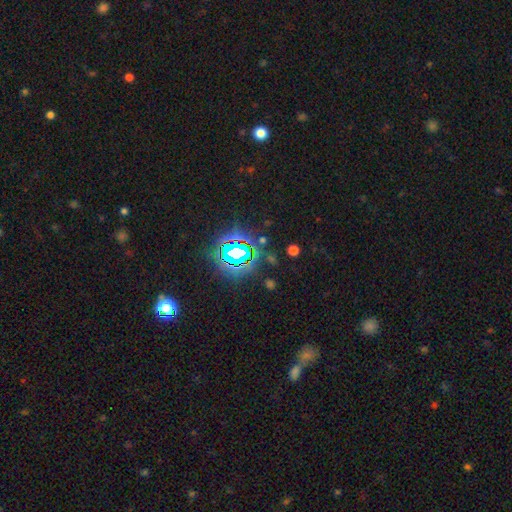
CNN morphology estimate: Smooth or featured: star or artifact — 79% (smooth — 13%)